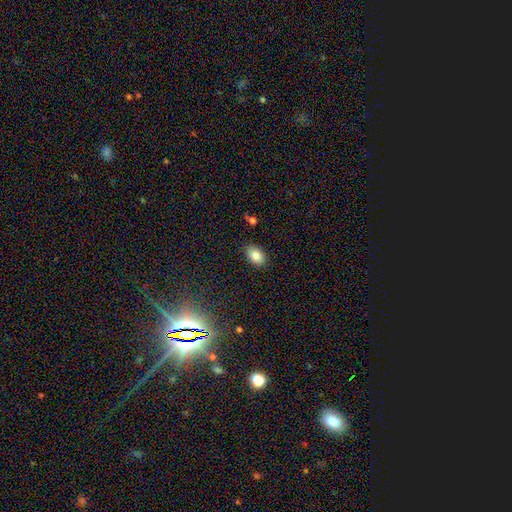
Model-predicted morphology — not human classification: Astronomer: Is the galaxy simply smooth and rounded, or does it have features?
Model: smooth — 84%.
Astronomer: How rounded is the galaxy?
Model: in between — 84%.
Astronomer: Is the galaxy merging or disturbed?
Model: none — 85%.